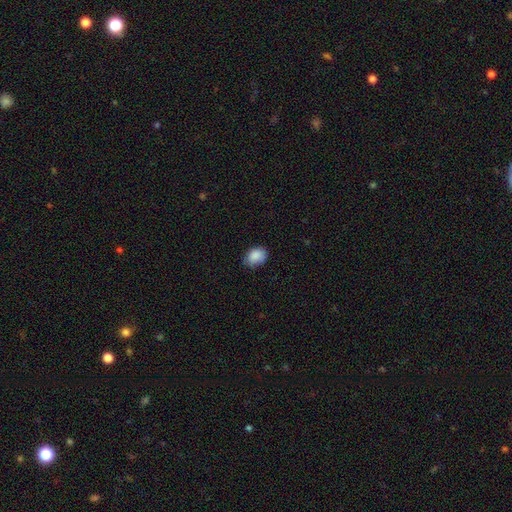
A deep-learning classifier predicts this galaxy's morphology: This is clearly a smooth galaxy (87%). How rounded: likely in between (72%). Merging: likely none (71%).